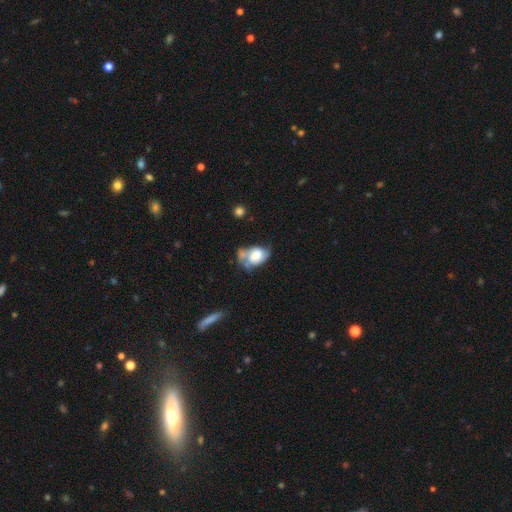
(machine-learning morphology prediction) featured or disk 52%, smooth 40%, star or artifact 8%. Down the decision tree: edge-on disk — no (96%); merging — none (28%).